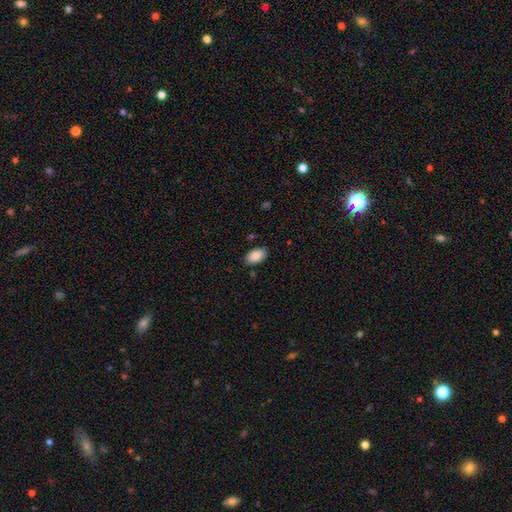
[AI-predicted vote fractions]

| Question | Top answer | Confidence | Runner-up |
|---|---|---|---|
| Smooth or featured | smooth | 88% | star or artifact (7%) |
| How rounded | in between | 94% | round (5%) |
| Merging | none | 86% | minor disturbance (10%) |